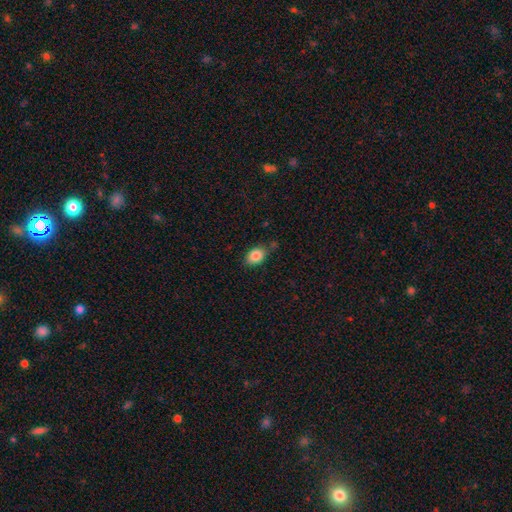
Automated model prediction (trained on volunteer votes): Smooth or featured?
  - smooth: 85% *
  - star or artifact: 8%
  - featured or disk: 7%
How rounded?
  - in between: 79% *
  - round: 20%
  - cigar-shaped: 1%
Merging?
  - none: 75% *
  - minor disturbance: 16%
  - merger: 5%
  - major disturbance: 3%